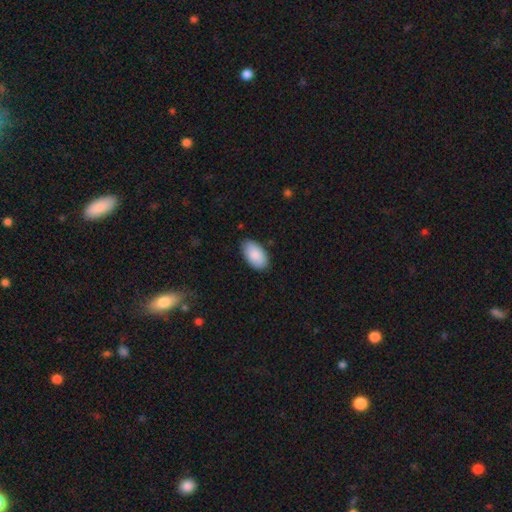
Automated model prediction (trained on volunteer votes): The model was most divided on "merging": none: 83%, minor disturbance: 13%, major disturbance: 2%, merger: 1%. More confident: how rounded — in between (96%); smooth or featured — smooth (89%).